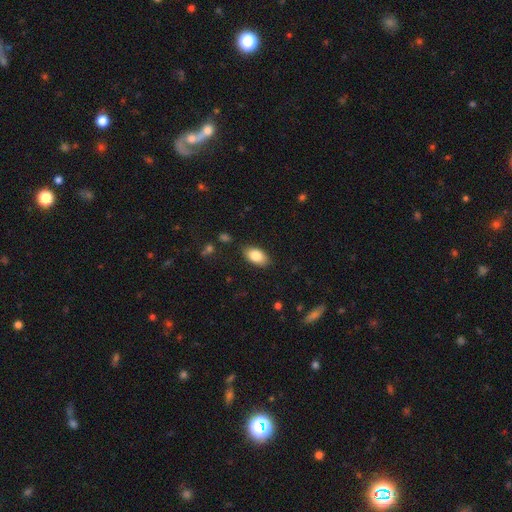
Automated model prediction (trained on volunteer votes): smooth_or_featured: smooth (p=0.83) [alt: featured or disk p=0.10]
how_rounded: in between (p=0.92) [alt: round p=0.05]
merging: none (p=0.83) [alt: minor disturbance p=0.13]